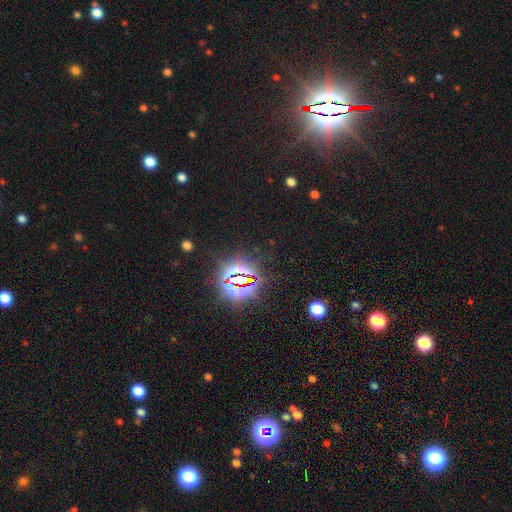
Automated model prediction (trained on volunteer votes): The model was most divided on "smooth or featured": star or artifact: 85%, smooth: 9%, featured or disk: 6%.